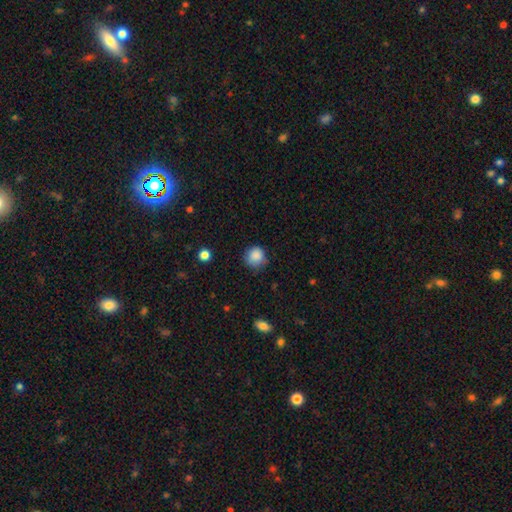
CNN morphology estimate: Smooth or featured?
  - smooth: 87% *
  - star or artifact: 9%
  - featured or disk: 4%
How rounded?
  - round: 90% *
  - in between: 9%
  - cigar-shaped: 1%
Merging?
  - none: 75% *
  - minor disturbance: 19%
  - major disturbance: 4%
  - merger: 1%